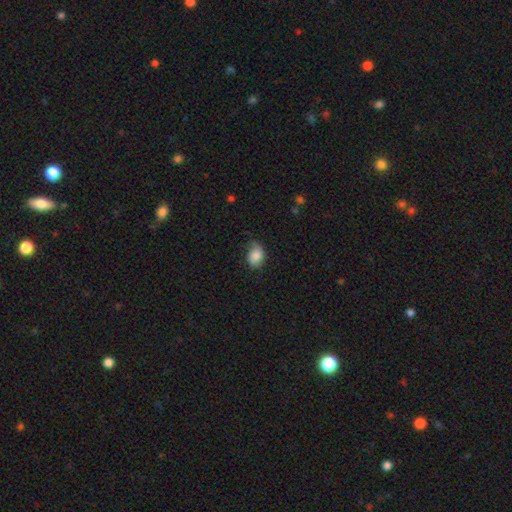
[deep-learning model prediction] Smooth or featured: smooth — 78% (featured or disk — 14%)
How rounded: in between — 74% (round — 25%)
Merging: none — 54% (minor disturbance — 34%)